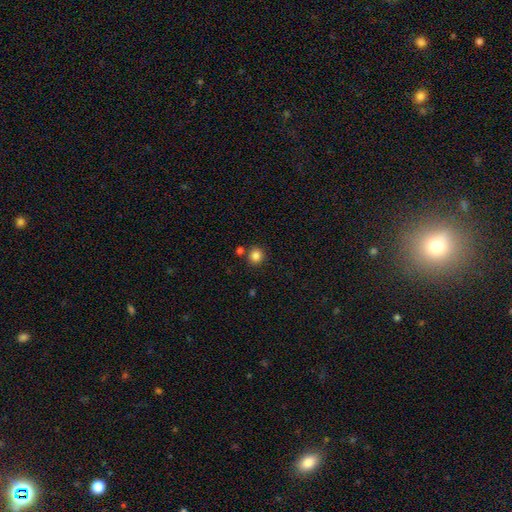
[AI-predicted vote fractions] smooth_or_featured: smooth (p=0.85) [alt: star or artifact p=0.11]
how_rounded: round (p=0.88) [alt: in between p=0.11]
merging: none (p=0.79) [alt: merger p=0.11]